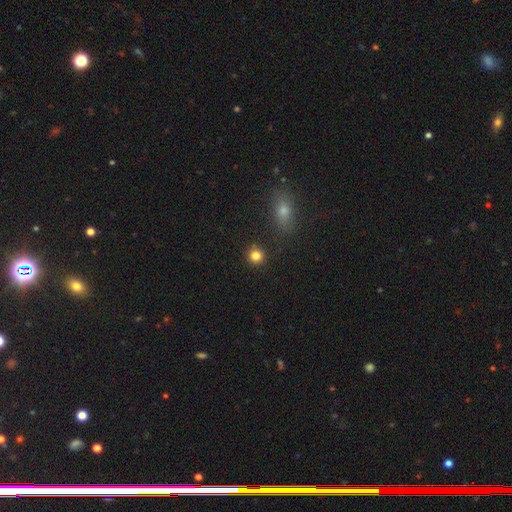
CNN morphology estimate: The model was most divided on "smooth or featured": smooth: 83%, star or artifact: 12%, featured or disk: 5%. More confident: how rounded — round (92%); merging — none (87%).